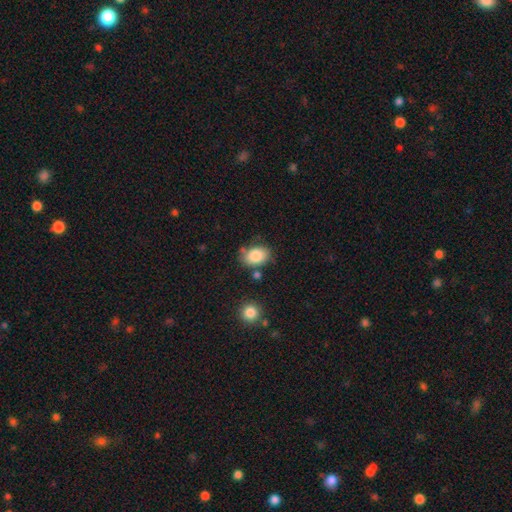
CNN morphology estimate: Smooth or featured?
  - smooth: 85% *
  - star or artifact: 8%
  - featured or disk: 7%
How rounded?
  - in between: 78% *
  - round: 21%
  - cigar-shaped: 1%
Merging?
  - none: 71% *
  - minor disturbance: 17%
  - merger: 8%
  - major disturbance: 5%